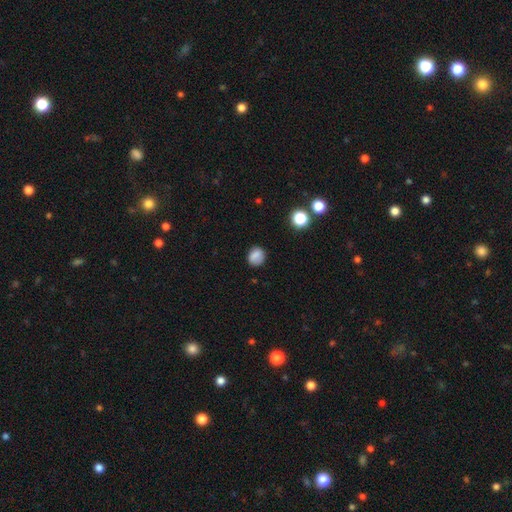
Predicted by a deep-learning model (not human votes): smooth_or_featured: smooth (p=0.81) [alt: star or artifact p=0.11]
how_rounded: round (p=0.66) [alt: in between p=0.33]
merging: none (p=0.79) [alt: minor disturbance p=0.15]